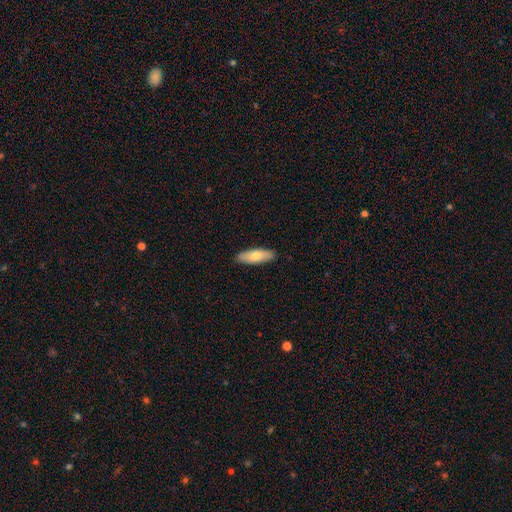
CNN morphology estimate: type=smooth (74%); roundness=in between (58%); merging=none (89%).